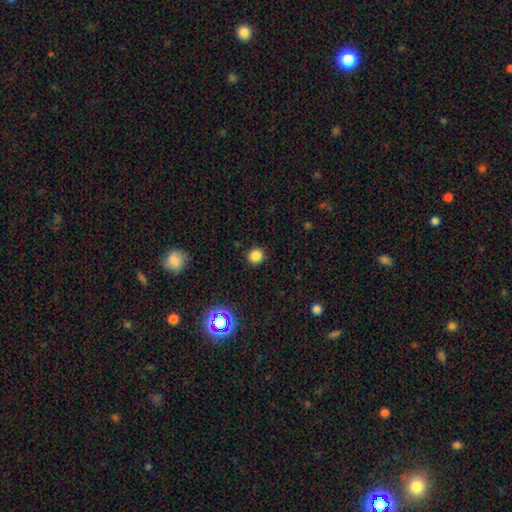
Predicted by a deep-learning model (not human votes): smooth_or_featured: smooth (p=0.81) [alt: star or artifact p=0.15]
how_rounded: round (p=0.91) [alt: in between p=0.08]
merging: none (p=0.91) [alt: minor disturbance p=0.06]